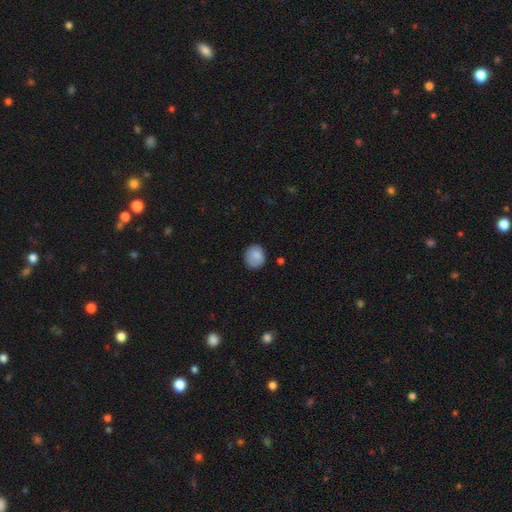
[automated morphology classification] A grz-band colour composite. It shows a smooth galaxy with no disk features (86%) that is round (67%). Merging: none (78%).